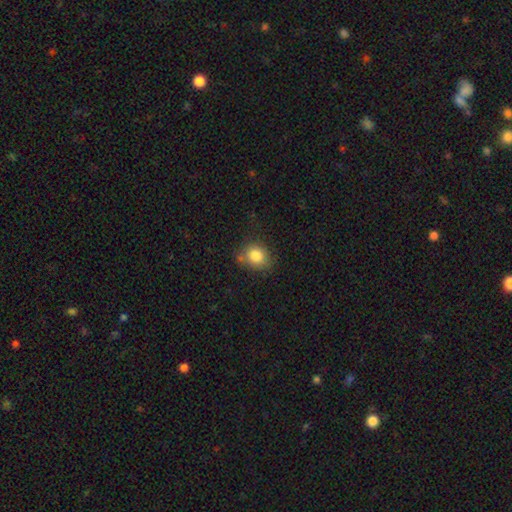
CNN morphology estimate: This is clearly a smooth galaxy (83%). How rounded: likely round (64%). Merging: likely none (70%).